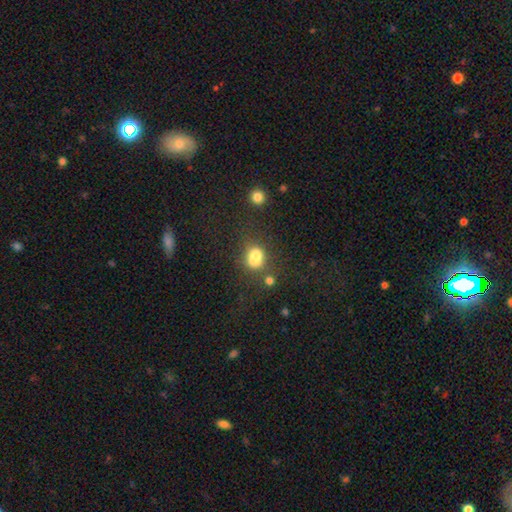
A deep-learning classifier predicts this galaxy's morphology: Q: Smooth or featured?
A: smooth (76%); runner-up: star or artifact (14%)
Q: How rounded?
A: in between (53%); runner-up: round (46%)
Q: Merging?
A: none (46%); runner-up: merger (21%)